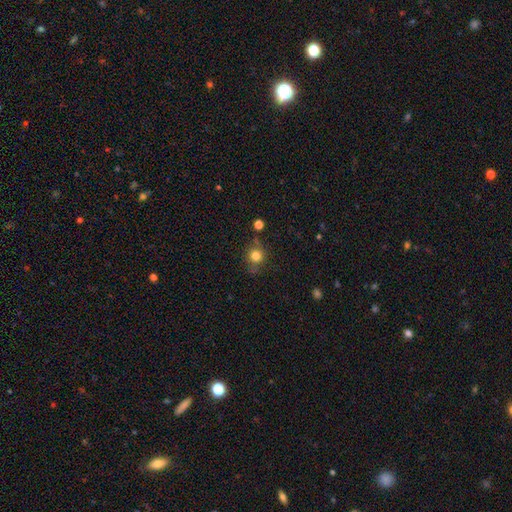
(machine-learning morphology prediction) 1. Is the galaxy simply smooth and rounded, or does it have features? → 80% smooth, 12% star or artifact, 8% featured or disk.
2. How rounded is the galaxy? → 89% round, 10% in between, 1% cigar-shaped.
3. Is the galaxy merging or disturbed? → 74% none, 15% minor disturbance, 5% merger, 5% major disturbance.